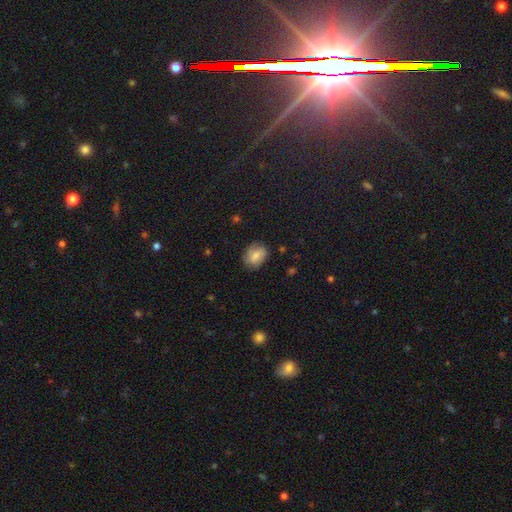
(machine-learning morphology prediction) The model was most divided on "how rounded": in between: 67%, round: 31%, cigar-shaped: 2%. More confident: merging — none (71%); smooth or featured — smooth (66%).